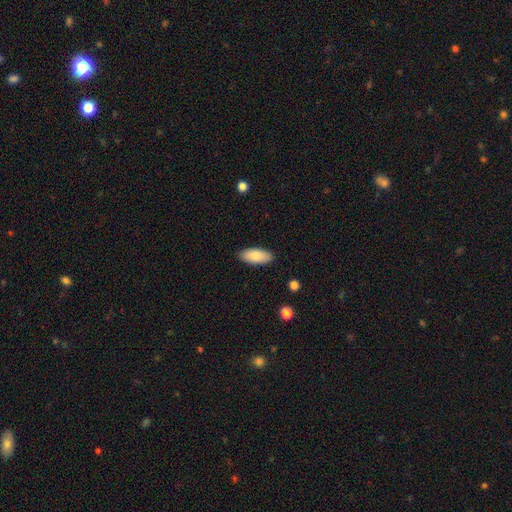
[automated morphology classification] type=smooth (86%); roundness=in between (87%); merging=none (89%).